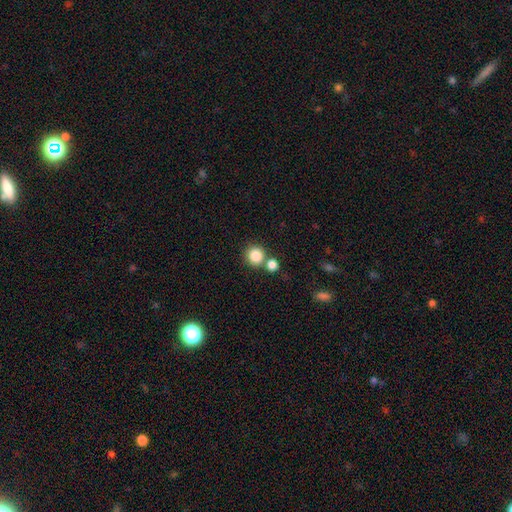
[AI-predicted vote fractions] Q: Smooth or featured?
A: smooth (85%); runner-up: star or artifact (10%)
Q: How rounded?
A: round (91%); runner-up: in between (8%)
Q: Merging?
A: none (66%); runner-up: merger (24%)